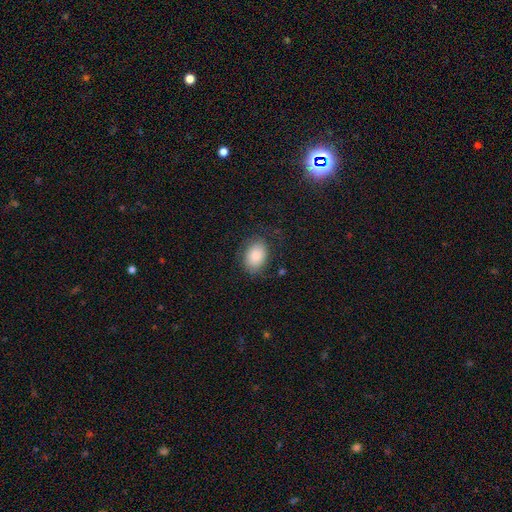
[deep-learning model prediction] Smooth or featured: smooth — 82% (featured or disk — 11%)
How rounded: in between — 79% (round — 20%)
Merging: none — 72% (minor disturbance — 18%)